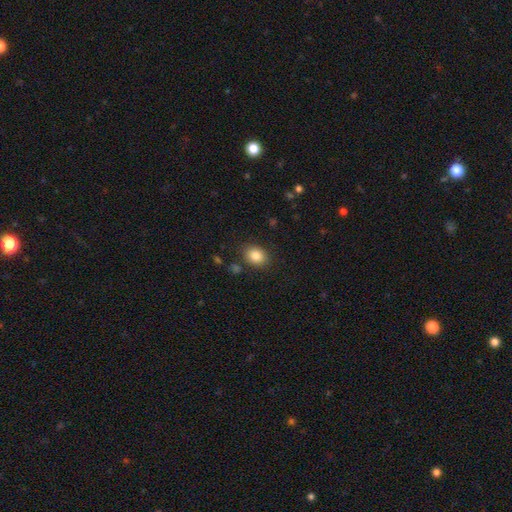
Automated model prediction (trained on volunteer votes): Smooth or featured?
  - smooth: 84% *
  - star or artifact: 9%
  - featured or disk: 6%
How rounded?
  - round: 50% * (tied)
  - in between: 50% * (tied)
  - cigar-shaped: 1%
Merging?
  - none: 84% *
  - minor disturbance: 10%
  - major disturbance: 3%
  - merger: 3%